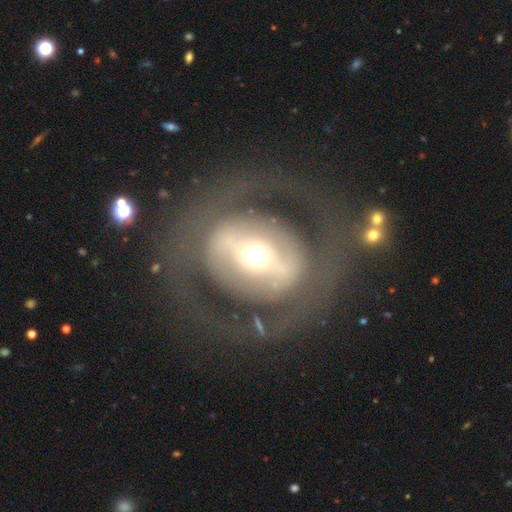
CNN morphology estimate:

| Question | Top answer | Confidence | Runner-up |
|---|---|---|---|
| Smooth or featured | featured or disk | 69% | smooth (24%) |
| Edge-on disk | no | 92% | yes (8%) |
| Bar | strong | 50% | weak (25%) |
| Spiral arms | no | 75% | yes (25%) |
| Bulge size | moderate | 57% | small (26%) |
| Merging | none | 74% | major disturbance (14%) |